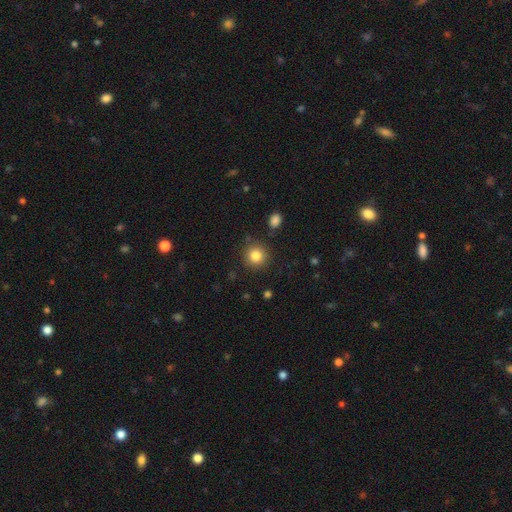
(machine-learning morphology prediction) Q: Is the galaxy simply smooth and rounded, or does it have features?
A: smooth — 84%.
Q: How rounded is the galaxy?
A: round — 93%.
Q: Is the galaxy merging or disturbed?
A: none — 87%.